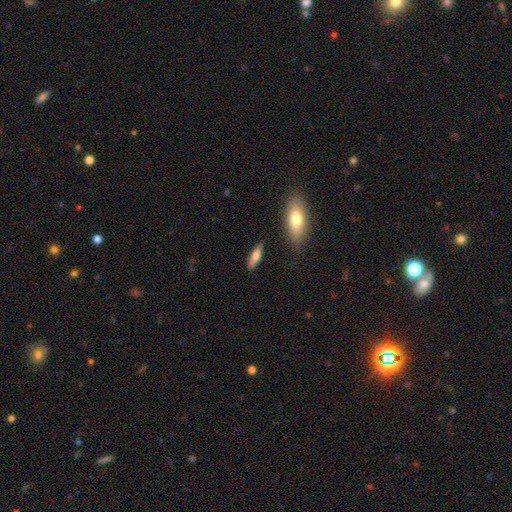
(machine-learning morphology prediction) smooth-or-featured: smooth: 76% | featured or disk: 18% | star or artifact: 6%
  how-rounded: cigar-shaped: 54% | in between: 44% | round: 2%
  merging: none: 83% | minor disturbance: 12% | major disturbance: 3% | merger: 2%